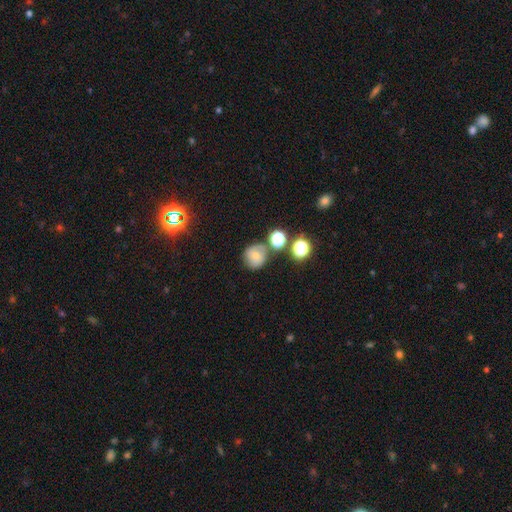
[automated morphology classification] Smooth or featured? Predicted: smooth (p=0.63). How rounded? Predicted: round (p=0.84). Merging? Predicted: none (p=0.63).